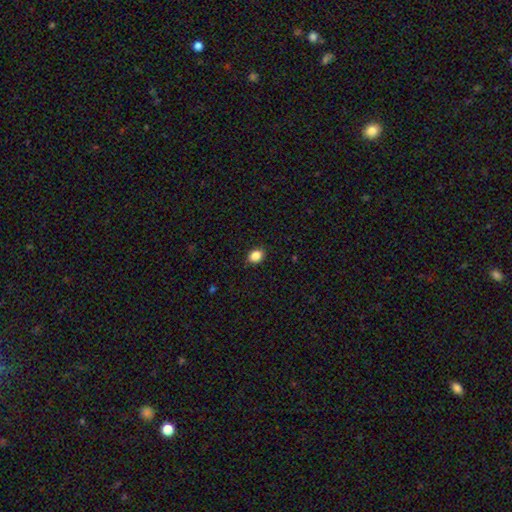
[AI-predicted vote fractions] smooth 87%, star or artifact 10%, featured or disk 4%. Down the decision tree: how rounded — in between (54%); merging — none (87%).